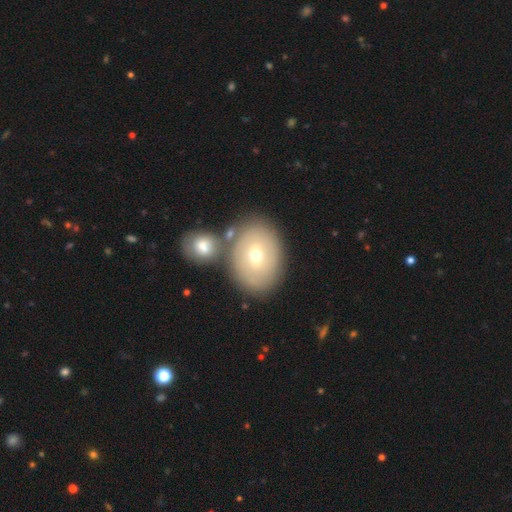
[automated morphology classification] Smooth or featured? Predicted: smooth (p=0.55). How rounded? Predicted: in between (p=0.69). Merging? Predicted: none (p=0.63).